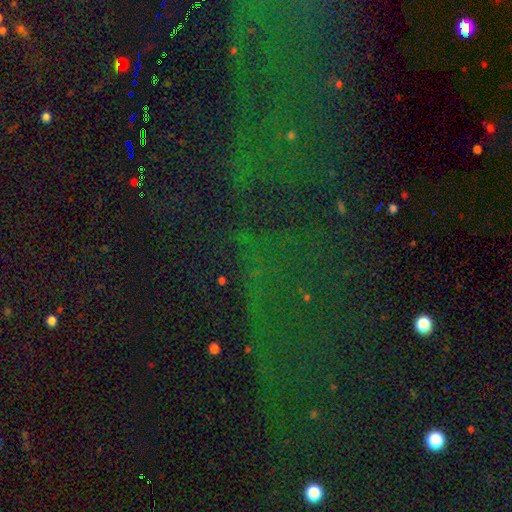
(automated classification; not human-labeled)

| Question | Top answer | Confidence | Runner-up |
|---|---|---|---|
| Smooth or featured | star or artifact | 74% | smooth (13%) |